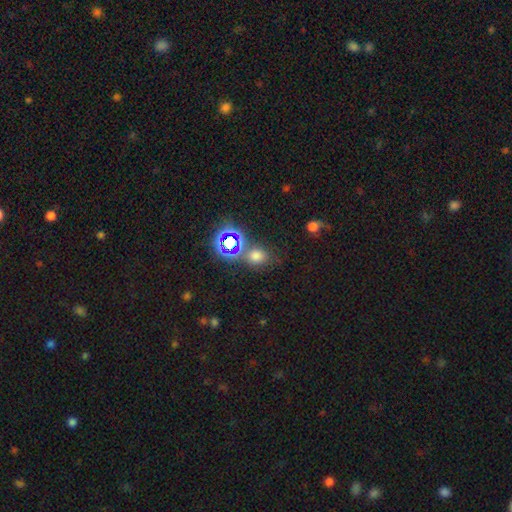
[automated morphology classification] smooth 61%, star or artifact 33%, featured or disk 7%. Down the decision tree: how rounded — round (57%); merging — none (70%).